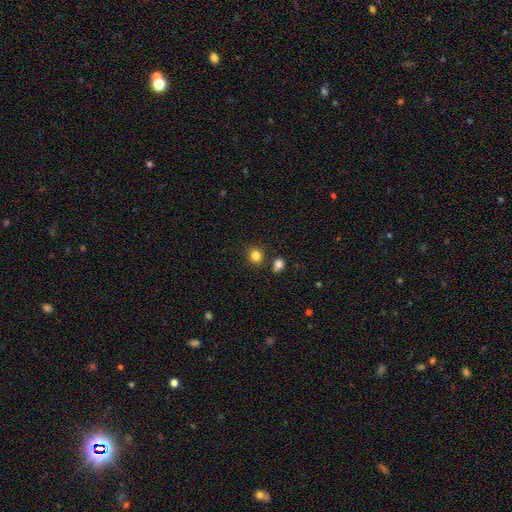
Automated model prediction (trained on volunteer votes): This is clearly a smooth galaxy (84%). How rounded: clearly round (83%). Merging: clearly none (82%).